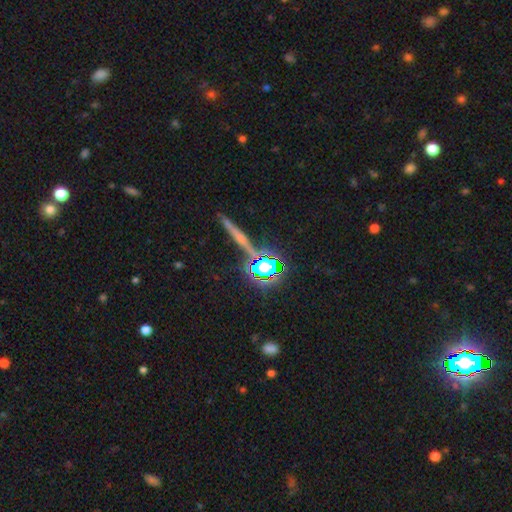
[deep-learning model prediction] Q: Smooth or featured?
A: star or artifact (67%); runner-up: smooth (19%)